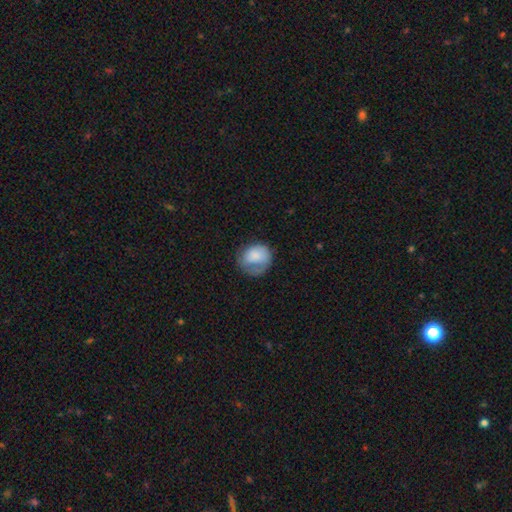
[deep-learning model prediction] A smooth galaxy with no disk features (76%) that is round (65%).

Vote fractions:
- Smooth or featured? smooth: 76% / featured or disk: 17% / star or artifact: 7%
- How rounded? round: 65% / in between: 34% / cigar-shaped: 1%
- Merging? none: 42% / minor disturbance: 30% / major disturbance: 25% / merger: 2%